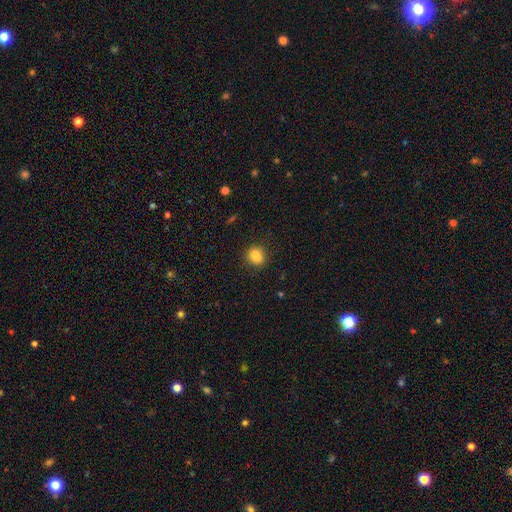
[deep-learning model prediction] Q: Smooth or featured?
A: smooth (82%); runner-up: star or artifact (11%)
Q: How rounded?
A: round (55%); runner-up: in between (44%)
Q: Merging?
A: none (70%); runner-up: minor disturbance (17%)